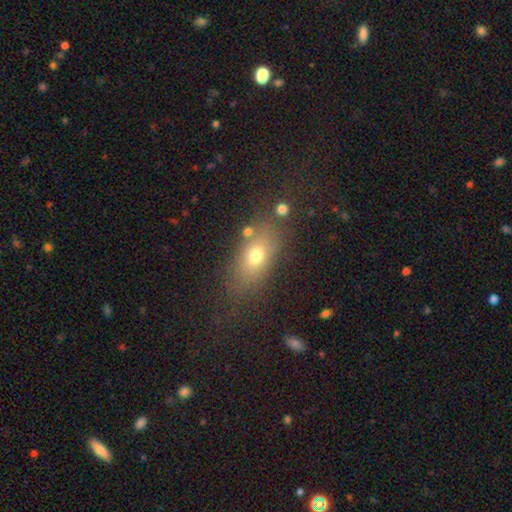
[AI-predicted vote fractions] A smooth galaxy with no disk features (69%) that is in between round and cigar-shaped (75%). Merging: none (72%).